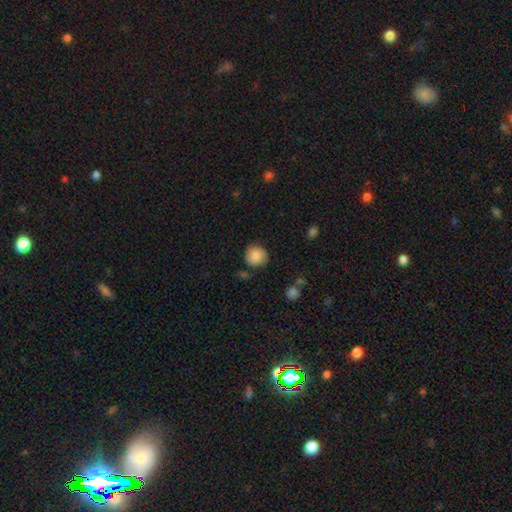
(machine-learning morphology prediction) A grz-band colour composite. It shows a smooth galaxy with no disk features (84%) that is round (91%). Merging: none (81%).